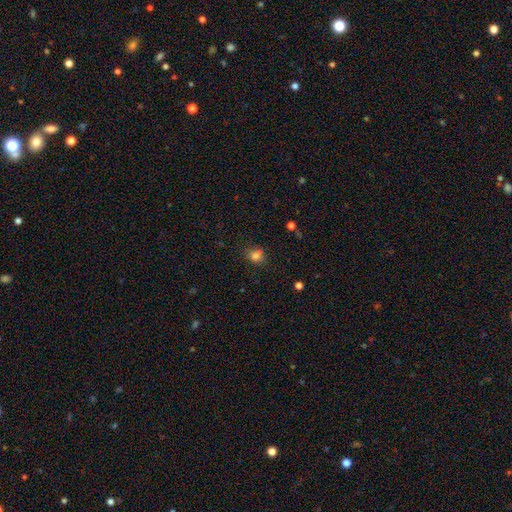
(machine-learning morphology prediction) This appears to be a smooth galaxy with no disk features (81%) that is round (70%). Merging: none (77%).